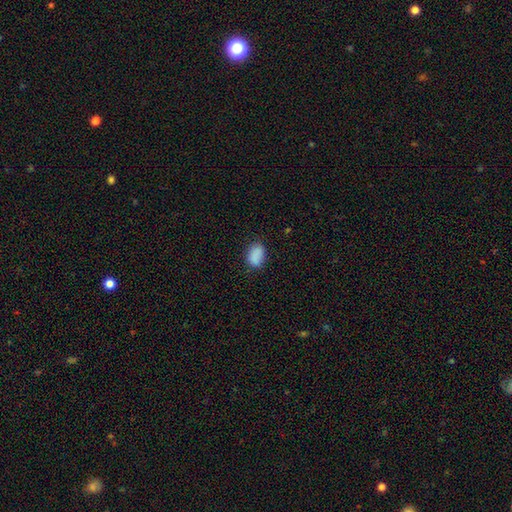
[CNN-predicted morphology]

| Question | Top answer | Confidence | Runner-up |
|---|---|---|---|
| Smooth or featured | smooth | 87% | star or artifact (9%) |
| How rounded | in between | 86% | round (13%) |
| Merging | none | 77% | minor disturbance (18%) |